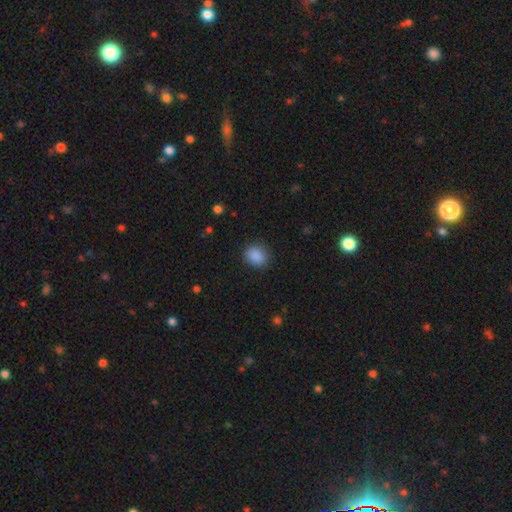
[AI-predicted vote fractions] Smooth or featured? smooth (88%)
How rounded? round (70%)
Merging? none (88%)